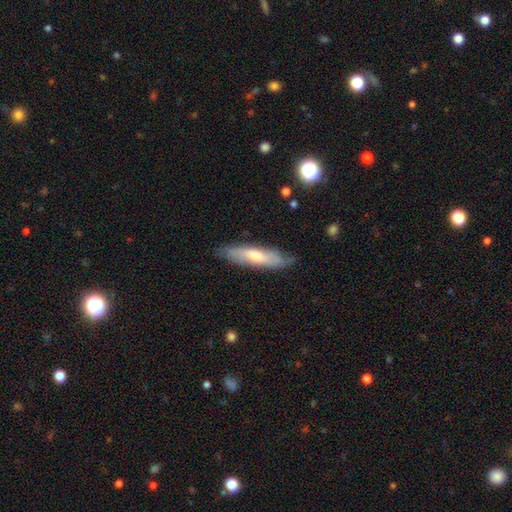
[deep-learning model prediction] smooth-or-featured: smooth: 55% | featured or disk: 39% | star or artifact: 6%
  how-rounded: cigar-shaped: 74% | in between: 25% | round: 1%
  merging: none: 78% | minor disturbance: 17% | major disturbance: 3% | merger: 1%